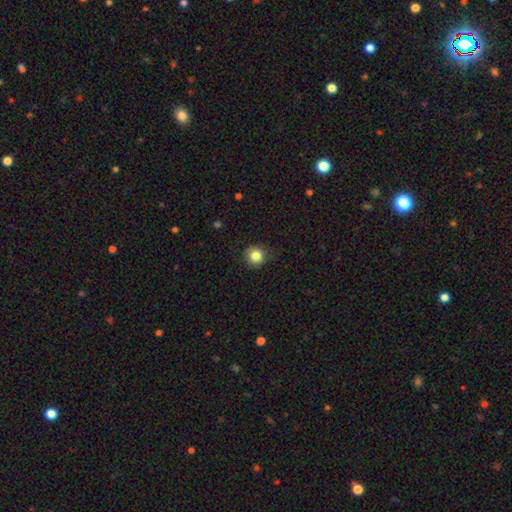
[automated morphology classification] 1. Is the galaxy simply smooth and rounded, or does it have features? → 84% smooth, 10% star or artifact, 6% featured or disk.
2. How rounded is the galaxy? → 90% round, 9% in between, 1% cigar-shaped.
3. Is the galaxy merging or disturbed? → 84% none, 12% minor disturbance, 3% major disturbance, 1% merger.